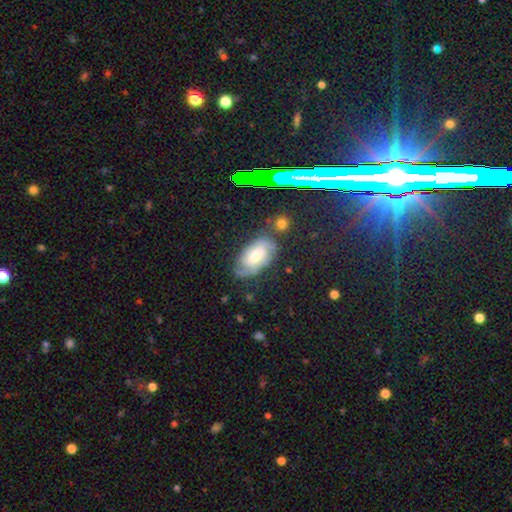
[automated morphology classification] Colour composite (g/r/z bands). It shows a featured or disk galaxy (58%) with no bar (51%), spiral arms (89%) and a moderate central bulge (61%). Merging: none (70%).